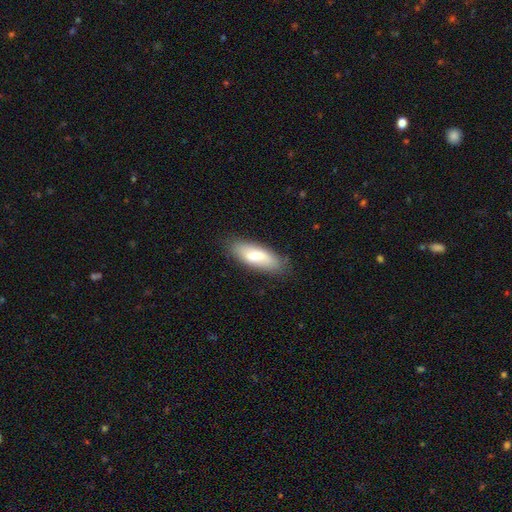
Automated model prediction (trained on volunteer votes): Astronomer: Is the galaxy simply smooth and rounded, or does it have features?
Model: smooth — 74%.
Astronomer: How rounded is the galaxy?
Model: in between — 69%.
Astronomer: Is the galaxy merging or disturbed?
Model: none — 77%.